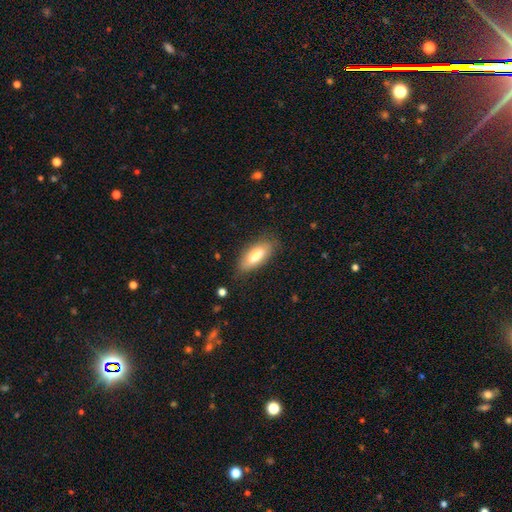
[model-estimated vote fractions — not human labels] Morphology: type=smooth (77%); roundness=in between (77%); merging=none (78%).